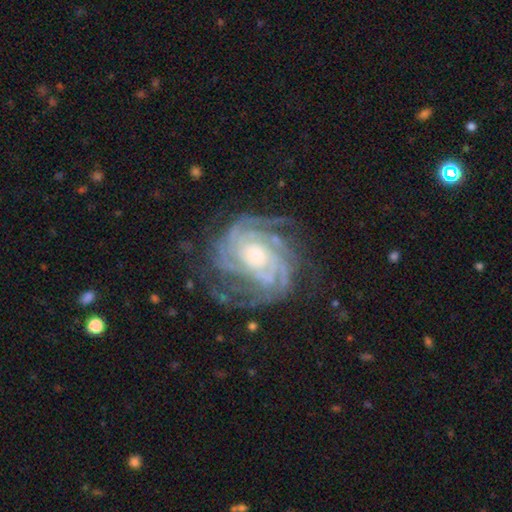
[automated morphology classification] Smooth or featured: featured or disk — 91% (star or artifact — 5%)
Edge-on disk: no — 97% (yes — 3%)
Bar: no — 73% (weak — 19%)
Spiral arms: yes — 98% (no — 2%)
Spiral winding: tight — 75% (medium — 22%)
Spiral arm count: 4 — 26% (can't tell — 20%)
Bulge size: small — 51% (moderate — 43%)
Merging: none — 72% (minor disturbance — 17%)